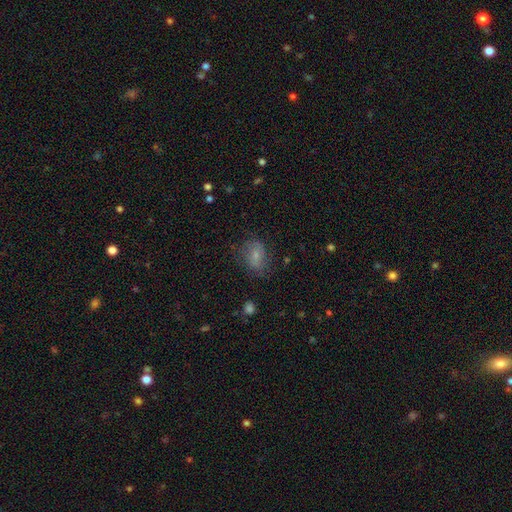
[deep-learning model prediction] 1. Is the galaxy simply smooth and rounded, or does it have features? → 64% smooth, 26% featured or disk, 11% star or artifact.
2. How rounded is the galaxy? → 68% in between, 31% round, 2% cigar-shaped.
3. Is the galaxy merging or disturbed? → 64% none, 23% minor disturbance, 12% major disturbance, 1% merger.